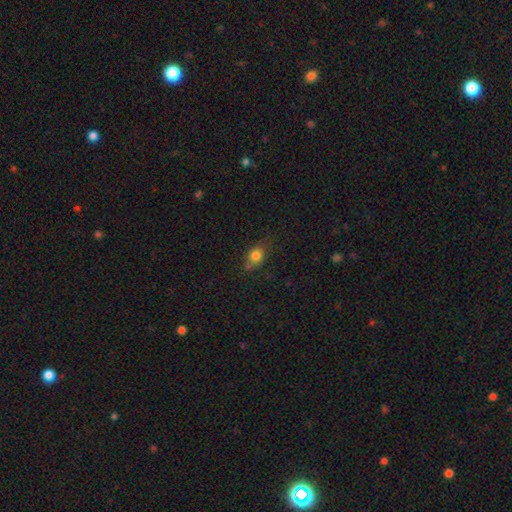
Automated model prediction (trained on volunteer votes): smooth-or-featured: smooth: 77% | star or artifact: 12% | featured or disk: 11%
  how-rounded: round: 49% | in between: 48% | cigar-shaped: 3%
  merging: none: 61% | minor disturbance: 26% | major disturbance: 7% | merger: 6%